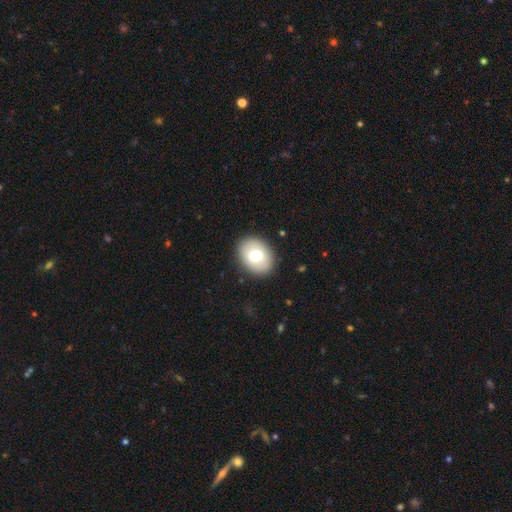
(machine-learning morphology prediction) Q: Smooth or featured?
A: smooth (72%); runner-up: featured or disk (21%)
Q: How rounded?
A: in between (60%); runner-up: round (39%)
Q: Merging?
A: none (88%); runner-up: minor disturbance (8%)